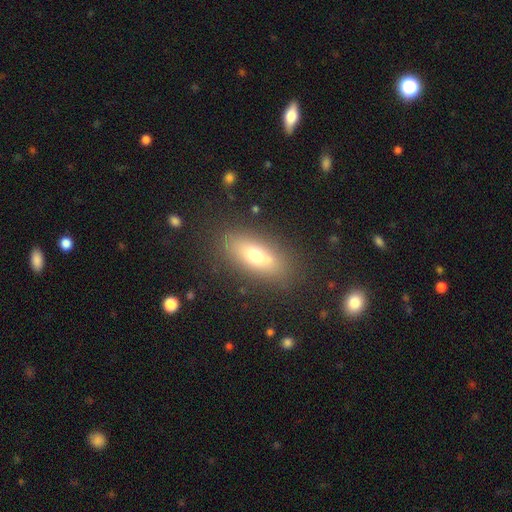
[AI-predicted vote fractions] The model was most divided on "smooth or featured": smooth: 65%, featured or disk: 26%, star or artifact: 10%. More confident: merging — none (78%); how rounded — in between (73%).